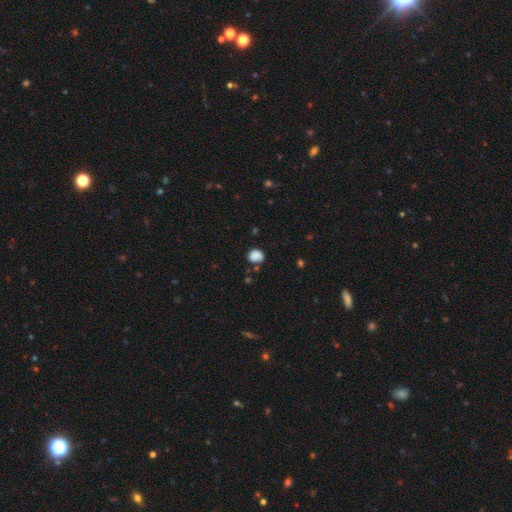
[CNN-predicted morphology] This appears to be a smooth galaxy with no disk features (86%) that is round (66%). Merging: none (73%).